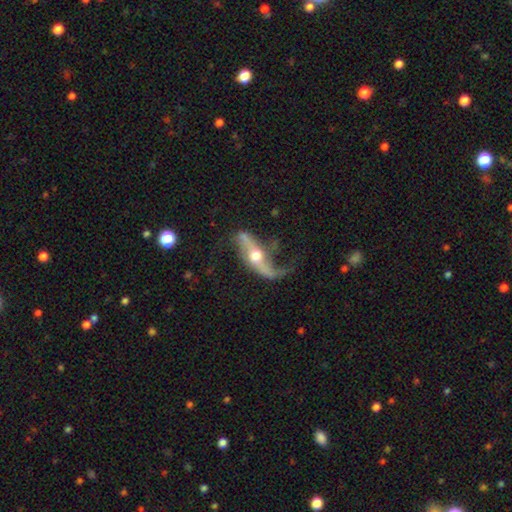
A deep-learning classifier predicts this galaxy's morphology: Smooth or featured? Predicted: featured or disk (p=0.85). Edge-on disk? Predicted: no (p=0.74). Bar? Predicted: no (p=0.45). Spiral arms? Predicted: yes (p=0.90). Spiral winding? Predicted: loose (p=0.88). Spiral arm count? Predicted: 2 (p=0.86). Bulge size? Predicted: moderate (p=0.72). Merging? Predicted: none (p=0.50).